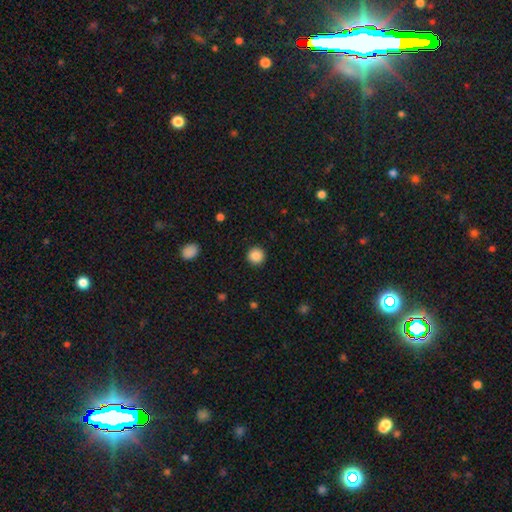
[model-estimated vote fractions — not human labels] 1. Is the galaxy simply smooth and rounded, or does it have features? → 87% smooth, 10% star or artifact, 3% featured or disk.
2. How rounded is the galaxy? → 94% round, 5% in between, 1% cigar-shaped.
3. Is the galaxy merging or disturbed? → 92% none, 5% minor disturbance, 2% major disturbance, 1% merger.